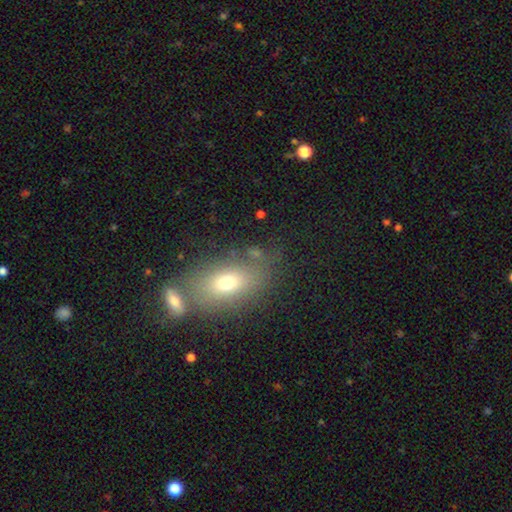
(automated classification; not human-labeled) smooth-or-featured: smooth: 66% | featured or disk: 20% | star or artifact: 14%
  how-rounded: in between: 81% | round: 13% | cigar-shaped: 6%
  merging: none: 62% | merger: 19% | minor disturbance: 13% | major disturbance: 6%